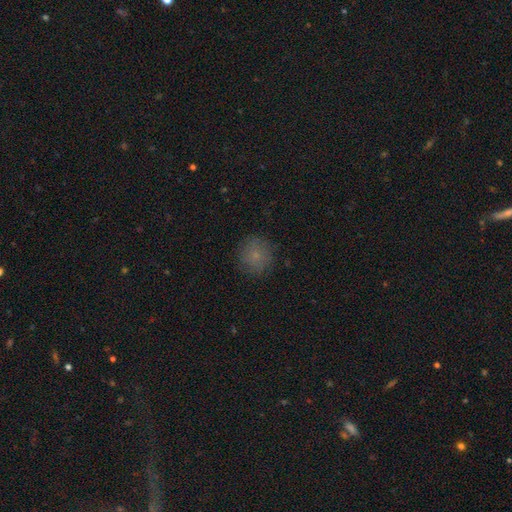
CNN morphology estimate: This appears to be a smooth galaxy with no disk features (76%) that is round (91%). Merging: none (85%).